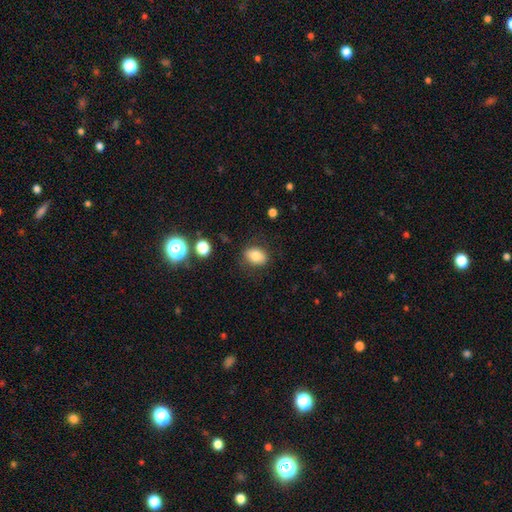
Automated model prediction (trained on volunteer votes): Smooth or featured? Predicted: smooth (p=0.78). How rounded? Predicted: in between (p=0.70). Merging? Predicted: none (p=0.81).